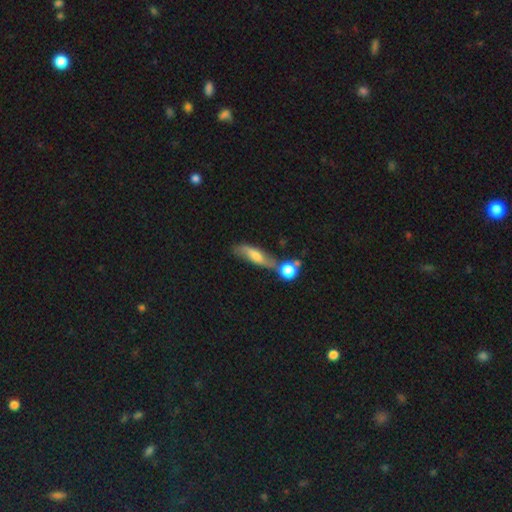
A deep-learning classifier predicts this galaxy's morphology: Q: Smooth or featured?
A: smooth (45%); runner-up: featured or disk (44%)
Q: Merging?
A: none (49%); runner-up: merger (22%)